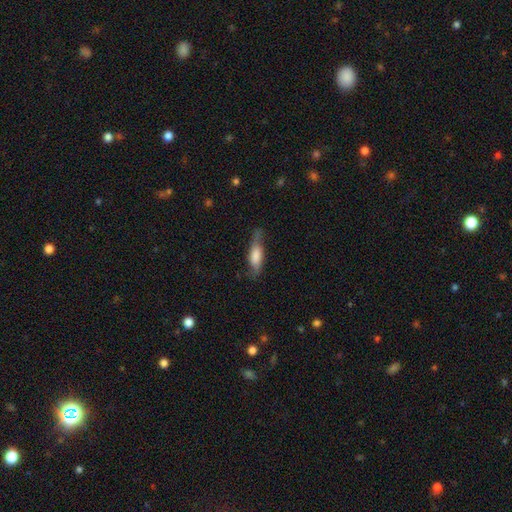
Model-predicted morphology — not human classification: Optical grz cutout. It shows a smooth galaxy with no disk features (52%) that is cigar-shaped (51%). Merging: none (63%).